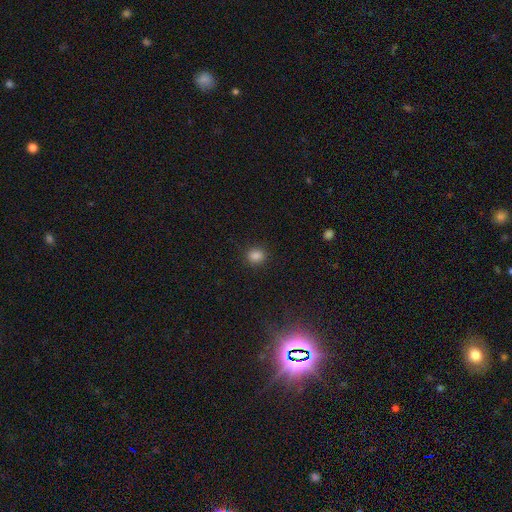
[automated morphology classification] smooth-or-featured: smooth: 84% | star or artifact: 12% | featured or disk: 4%
  how-rounded: round: 75% | in between: 24% | cigar-shaped: 1%
  merging: none: 88% | minor disturbance: 8% | major disturbance: 3% | merger: 1%